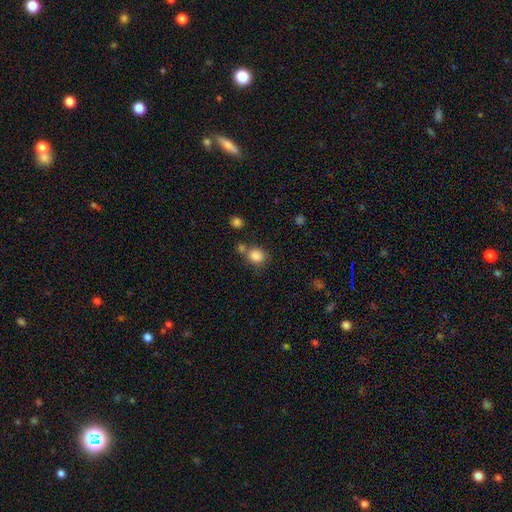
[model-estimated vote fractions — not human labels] The model was most divided on "how rounded": round: 62%, in between: 37%, cigar-shaped: 1%. More confident: smooth or featured — smooth (84%); merging — none (59%).